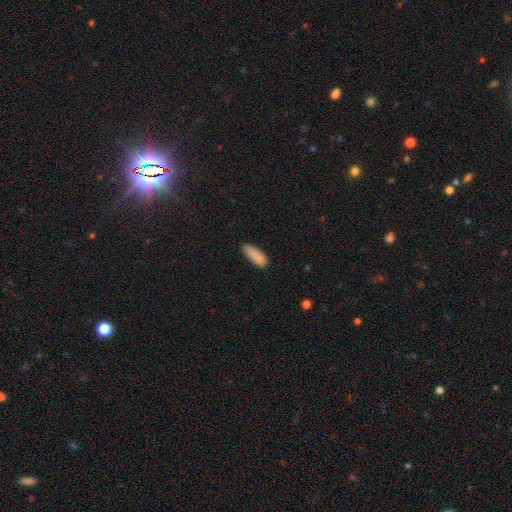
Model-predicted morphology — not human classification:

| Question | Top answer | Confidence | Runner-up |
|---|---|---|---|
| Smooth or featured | smooth | 88% | star or artifact (7%) |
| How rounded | in between | 60% | cigar-shaped (38%) |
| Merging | none | 75% | minor disturbance (19%) |